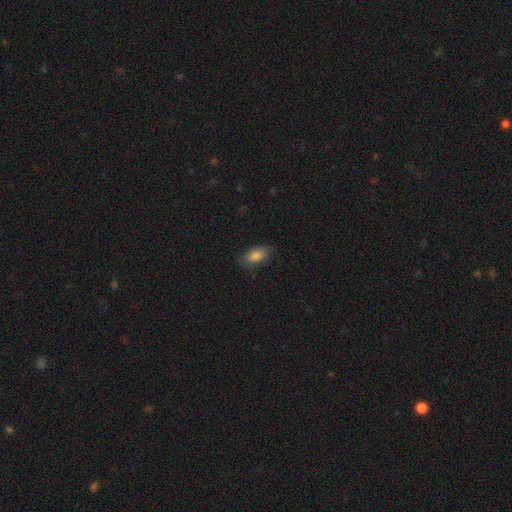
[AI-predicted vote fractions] smooth 85%, star or artifact 8%, featured or disk 7%. Down the decision tree: how rounded — in between (90%); merging — none (76%).